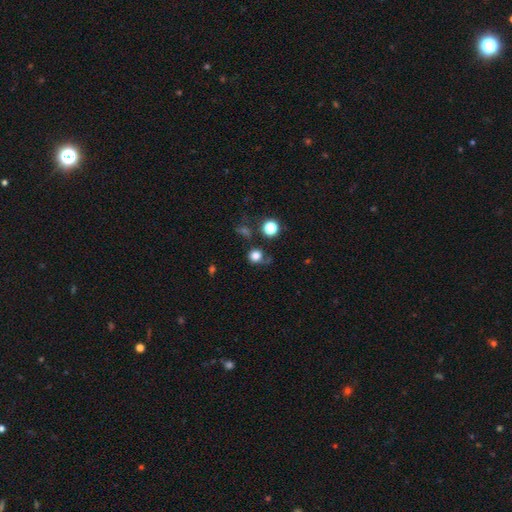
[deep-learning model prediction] A smooth galaxy with no disk features (79%) that is round (88%). Merging: none (64%).